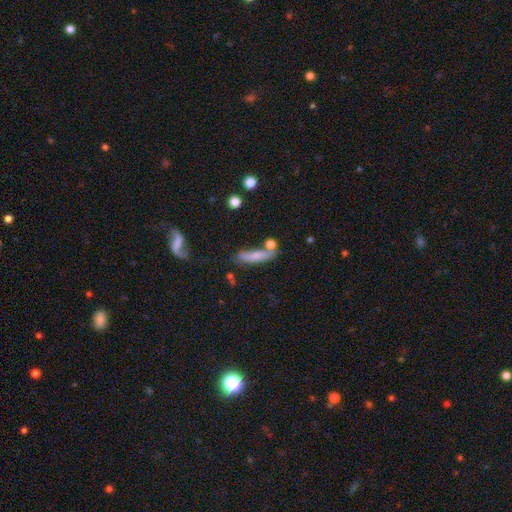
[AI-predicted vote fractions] Overall: smooth (71%). How rounded: cigar-shaped (70%). Merging: none (56%; minor disturbance 19%).